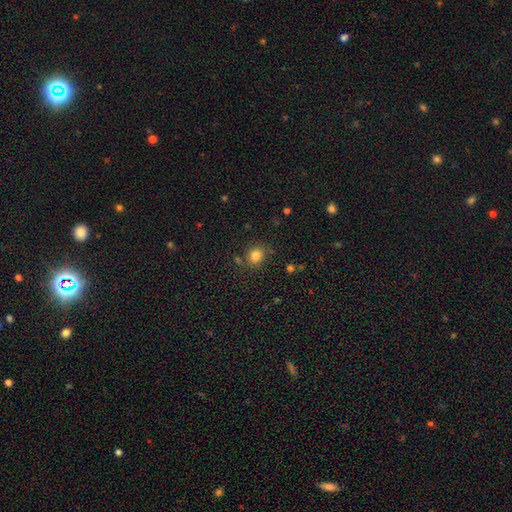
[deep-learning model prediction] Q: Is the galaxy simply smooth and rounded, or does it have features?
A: smooth — 81%.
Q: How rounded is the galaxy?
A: round — 78%.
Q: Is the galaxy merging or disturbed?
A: none — 81%.